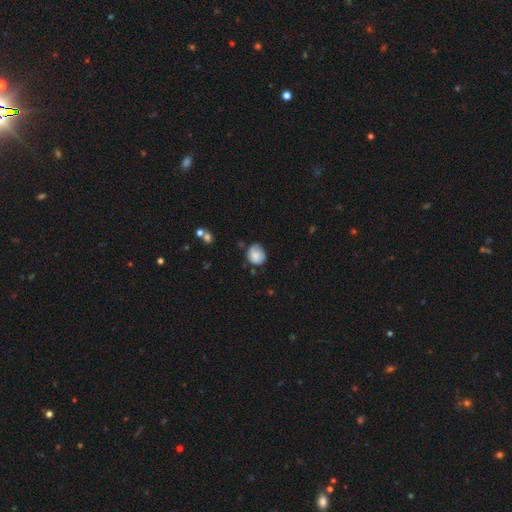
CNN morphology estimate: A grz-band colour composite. It shows a smooth galaxy with no disk features (77%) that is round (69%). Merging: none (56%).